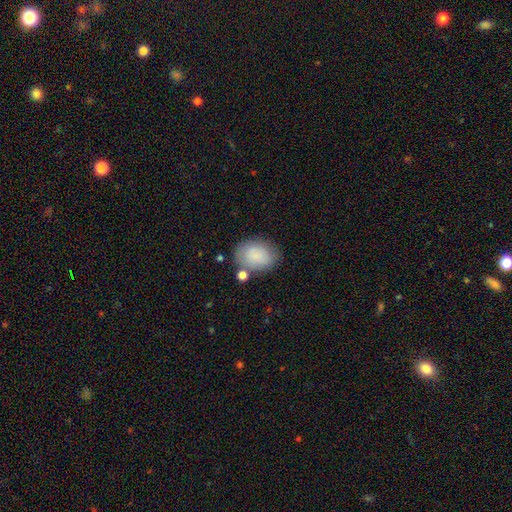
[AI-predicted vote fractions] This appears to be a smooth galaxy with no disk features (84%) that is in between round and cigar-shaped (71%). Merging: none (67%).